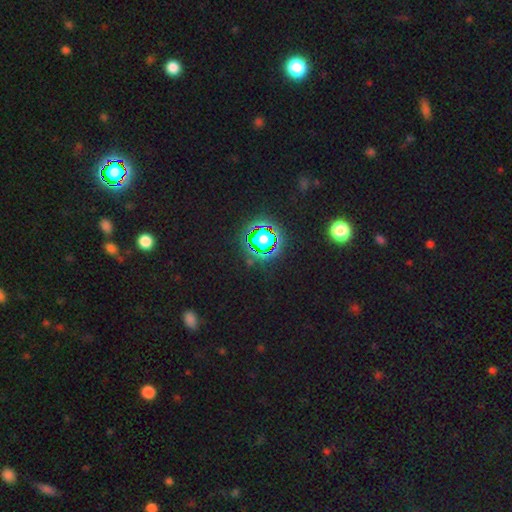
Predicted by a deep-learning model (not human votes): Smooth or featured?
  - star or artifact: 79% *
  - smooth: 14%
  - featured or disk: 7%